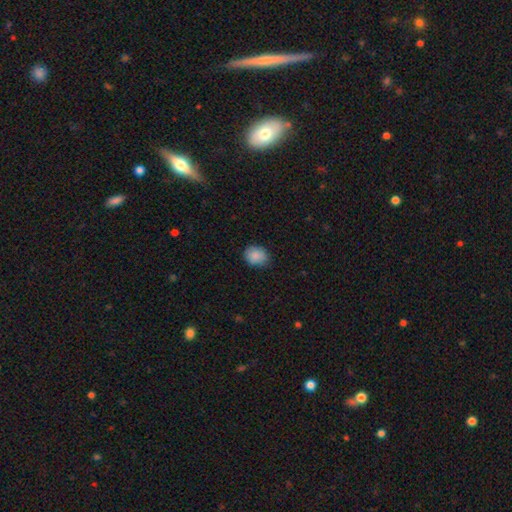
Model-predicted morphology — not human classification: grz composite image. It shows a smooth galaxy with no disk features (88%) that is round (58%). Merging: none (82%).